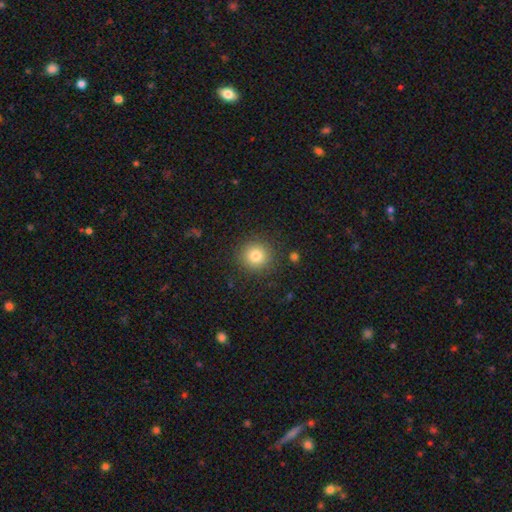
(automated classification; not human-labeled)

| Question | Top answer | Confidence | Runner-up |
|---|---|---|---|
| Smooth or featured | smooth | 81% | star or artifact (12%) |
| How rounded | round | 94% | in between (6%) |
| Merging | none | 89% | minor disturbance (7%) |